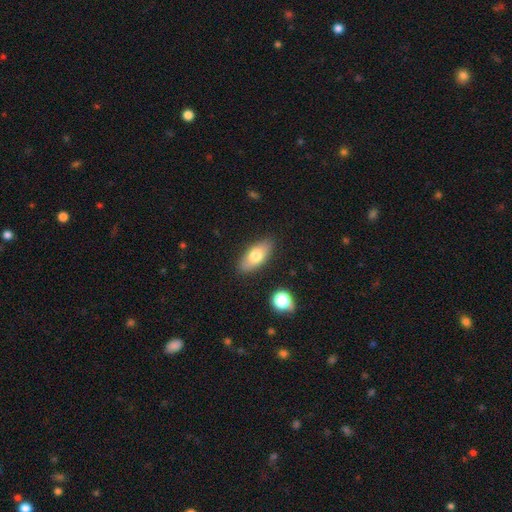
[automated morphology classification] smooth_or_featured: smooth (p=0.72) [alt: featured or disk p=0.21]
how_rounded: in between (p=0.84) [alt: cigar-shaped p=0.12]
merging: none (p=0.85) [alt: minor disturbance p=0.10]